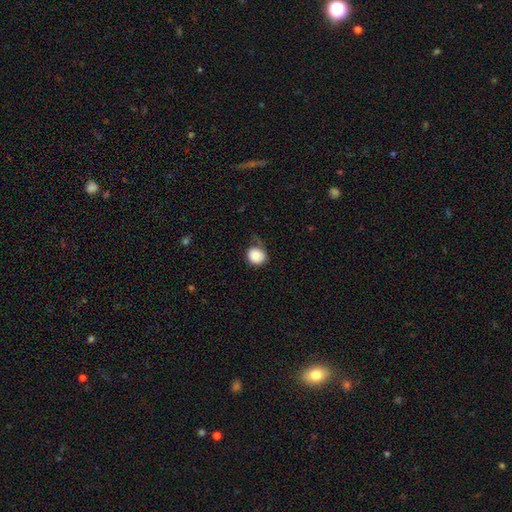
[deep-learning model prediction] This is clearly a smooth galaxy (81%). How rounded: clearly round (84%). Merging: possibly none (51%).